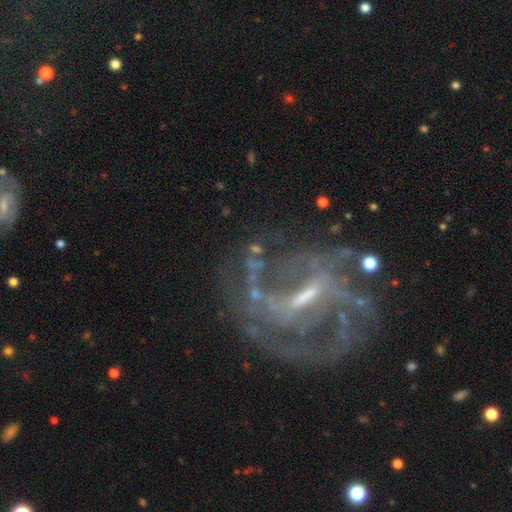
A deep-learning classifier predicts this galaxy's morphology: This is clearly a featured or disk galaxy (84%). It is clearly not viewed edge-on (96%). Bar: possibly strong (48%). Spiral arm pattern: clearly yes (85%). Spiral arm count: marginally 2 (39%). Spiral winding: marginally medium (45%). Central bulge: possibly small (45%). Merging: possibly none (59%).